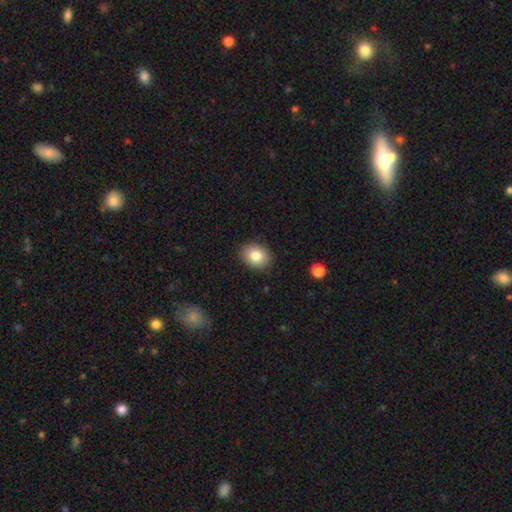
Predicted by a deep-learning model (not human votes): Smooth or featured? smooth (83%)
How rounded? in between (51%)
Merging? none (87%)